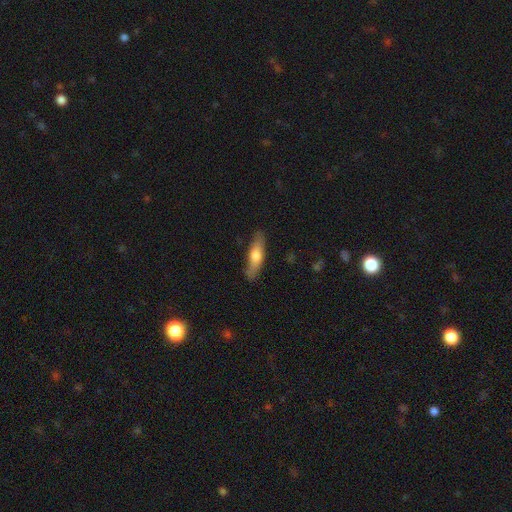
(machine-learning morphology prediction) This is possibly a smooth galaxy (59%). How rounded: likely cigar-shaped (68%). Merging: clearly none (83%).